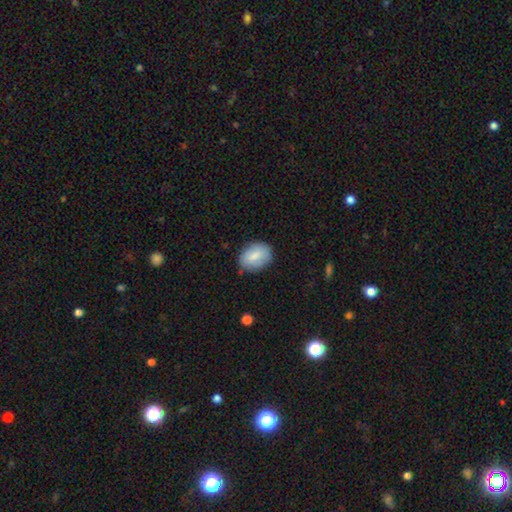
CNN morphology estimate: Q: Smooth or featured?
A: smooth (79%); runner-up: featured or disk (14%)
Q: How rounded?
A: in between (77%); runner-up: round (22%)
Q: Merging?
A: none (78%); runner-up: minor disturbance (17%)